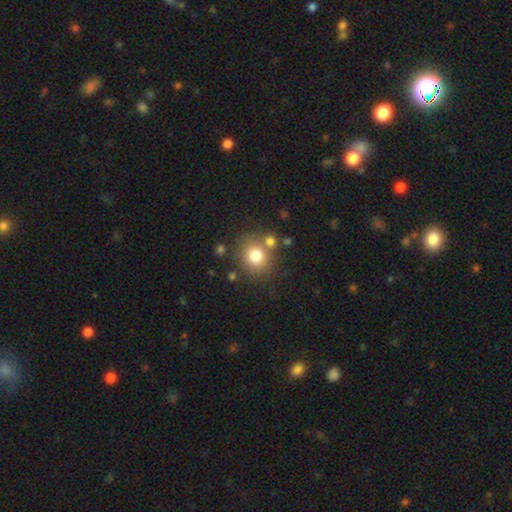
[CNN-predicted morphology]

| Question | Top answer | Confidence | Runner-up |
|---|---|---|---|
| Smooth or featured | smooth | 76% | star or artifact (13%) |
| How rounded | round | 81% | in between (18%) |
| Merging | none | 71% | merger (14%) |